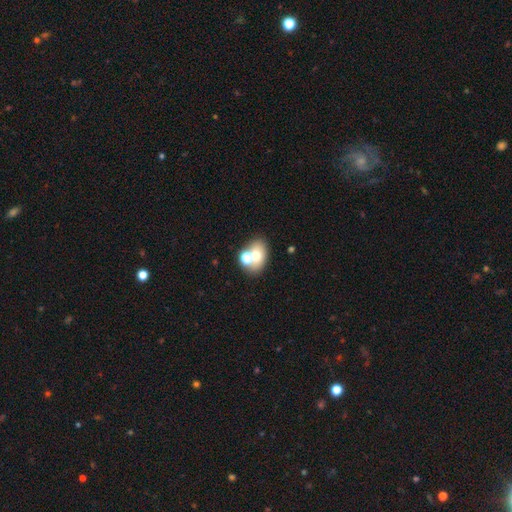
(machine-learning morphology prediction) smooth 64%, featured or disk 23%, star or artifact 14%. Down the decision tree: how rounded — in between (63%); merging — none (53%).